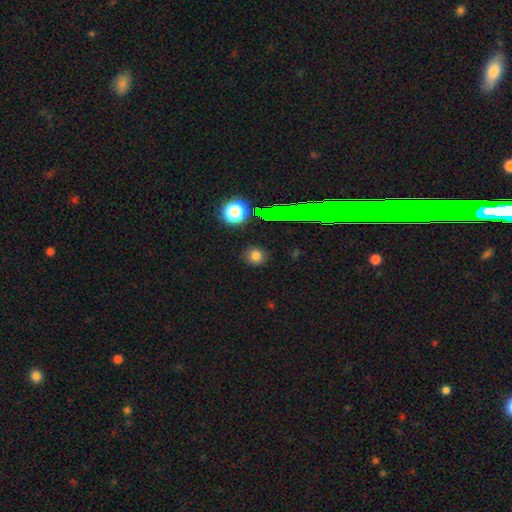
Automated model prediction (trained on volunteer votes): Smooth or featured? Predicted: smooth (p=0.73). How rounded? Predicted: round (p=0.86). Merging? Predicted: none (p=0.88).